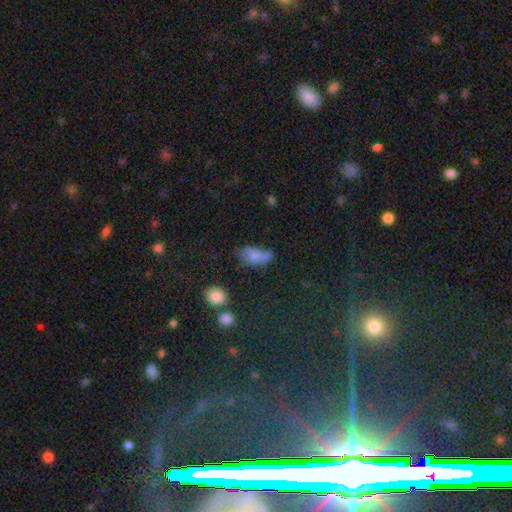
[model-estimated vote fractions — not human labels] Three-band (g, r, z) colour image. It shows a smooth galaxy with no disk features (67%) that is in between round and cigar-shaped (86%). Merging: none (32%).